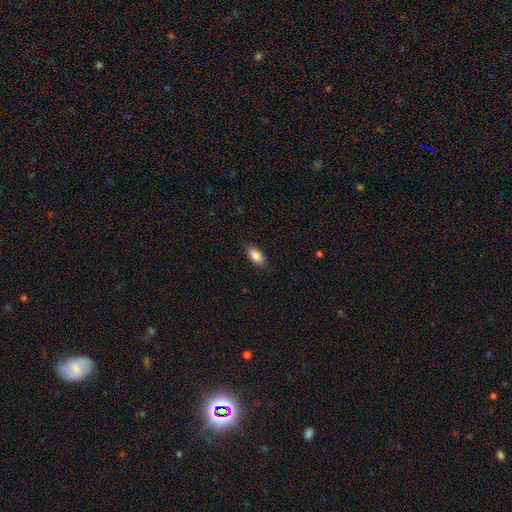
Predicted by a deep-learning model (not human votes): Smooth or featured? Predicted: smooth (p=0.87). How rounded? Predicted: in between (p=0.91). Merging? Predicted: none (p=0.86).